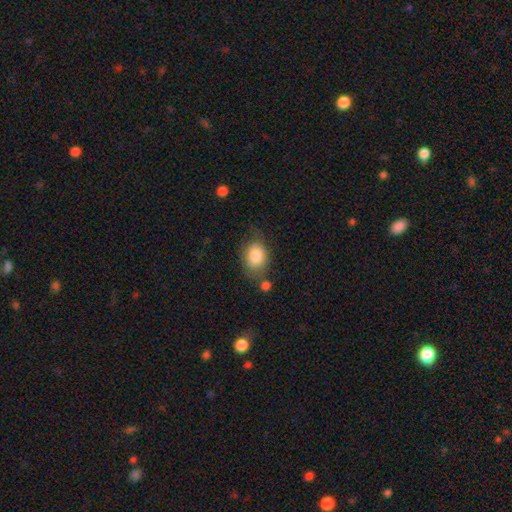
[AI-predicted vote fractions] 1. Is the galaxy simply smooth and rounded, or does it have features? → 83% smooth, 9% featured or disk, 7% star or artifact.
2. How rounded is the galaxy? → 63% in between, 36% round, 1% cigar-shaped.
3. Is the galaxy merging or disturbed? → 59% none, 24% minor disturbance, 8% major disturbance, 8% merger.